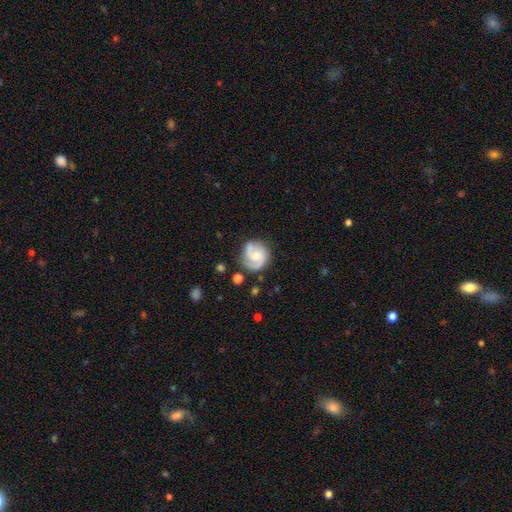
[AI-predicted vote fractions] smooth_or_featured: featured or disk (p=0.75) [alt: smooth p=0.19]
disk_edge_on: no (p=0.98) [alt: yes p=0.02]
bar: no (p=0.58) [alt: weak p=0.36]
has_spiral_arms: yes (p=0.94) [alt: no p=0.06]
spiral_winding: medium (p=0.45) [alt: tight p=0.39]
spiral_arm_count: 2 (p=0.73) [alt: 1 p=0.10]
bulge_size: moderate (p=0.46) [alt: small p=0.40]
merging: none (p=0.69) [alt: minor disturbance p=0.20]